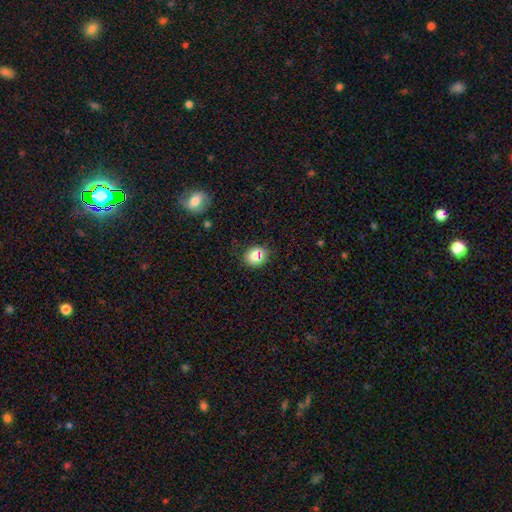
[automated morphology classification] A smooth galaxy with no disk features (77%) that is round (71%).

Vote fractions:
- Smooth or featured? smooth: 77% / star or artifact: 13% / featured or disk: 10%
- How rounded? round: 71% / in between: 27% / cigar-shaped: 1%
- Merging? none: 83% / minor disturbance: 12% / major disturbance: 3% / merger: 2%